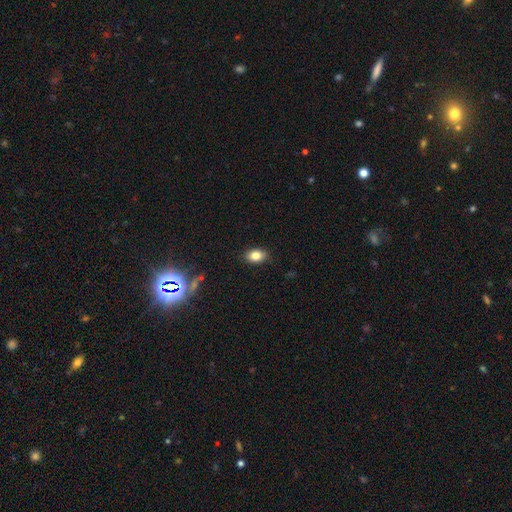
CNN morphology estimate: smooth_or_featured: smooth (p=0.83) [alt: star or artifact p=0.09]
how_rounded: in between (p=0.85) [alt: round p=0.14]
merging: none (p=0.87) [alt: minor disturbance p=0.10]